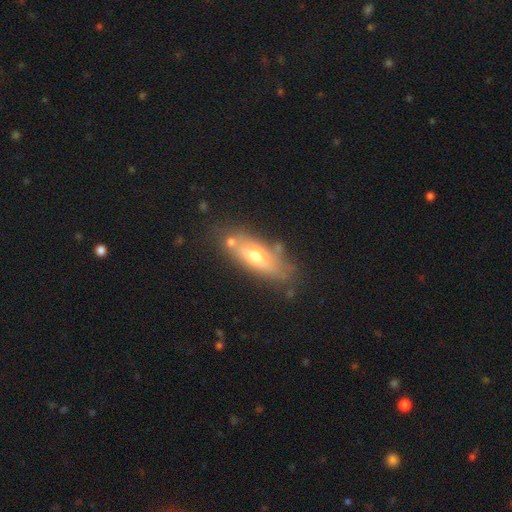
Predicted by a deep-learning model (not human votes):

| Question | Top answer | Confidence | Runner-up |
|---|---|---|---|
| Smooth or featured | smooth | 53% | featured or disk (39%) |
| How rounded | in between | 59% | cigar-shaped (38%) |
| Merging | none | 69% | minor disturbance (17%) |